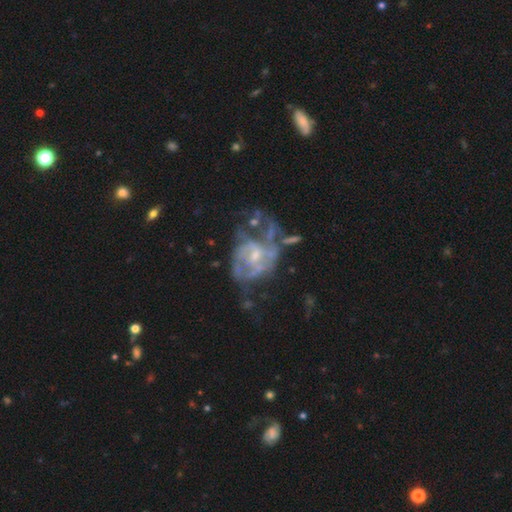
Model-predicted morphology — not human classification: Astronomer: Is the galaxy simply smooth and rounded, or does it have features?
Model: featured or disk — 78%.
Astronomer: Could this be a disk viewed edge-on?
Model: no — 97%.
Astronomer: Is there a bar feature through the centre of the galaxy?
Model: no — 65%.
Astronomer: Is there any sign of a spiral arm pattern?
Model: yes — 59% (runner-up: no, 41%).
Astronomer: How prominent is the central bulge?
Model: small — 53% (runner-up: moderate, 36%).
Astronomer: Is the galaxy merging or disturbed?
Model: major disturbance — 39% (runner-up: none, 27%).